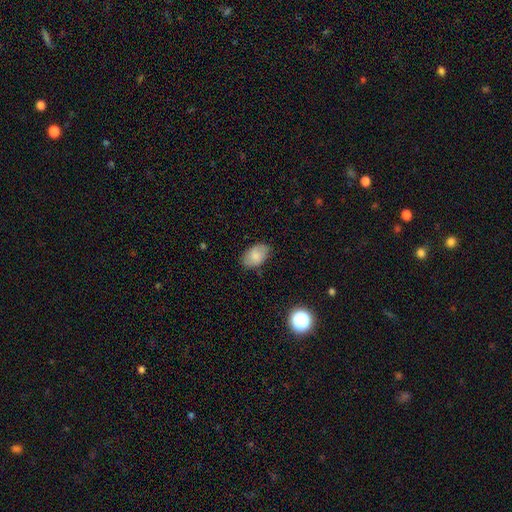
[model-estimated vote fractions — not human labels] A smooth galaxy with no disk features (77%) that is in between round and cigar-shaped (89%).

Vote fractions:
- Smooth or featured? smooth: 77% / featured or disk: 15% / star or artifact: 8%
- How rounded? in between: 89% / round: 9% / cigar-shaped: 1%
- Merging? none: 77% / minor disturbance: 18% / major disturbance: 4% / merger: 1%